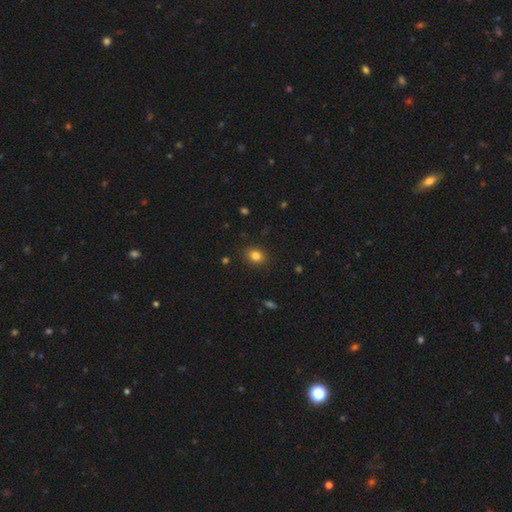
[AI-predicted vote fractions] Smooth or featured?
  - smooth: 83% *
  - star or artifact: 12%
  - featured or disk: 6%
How rounded?
  - round: 59% *
  - in between: 40%
  - cigar-shaped: 1%
Merging?
  - none: 89% *
  - minor disturbance: 8%
  - major disturbance: 2%
  - merger: 1%